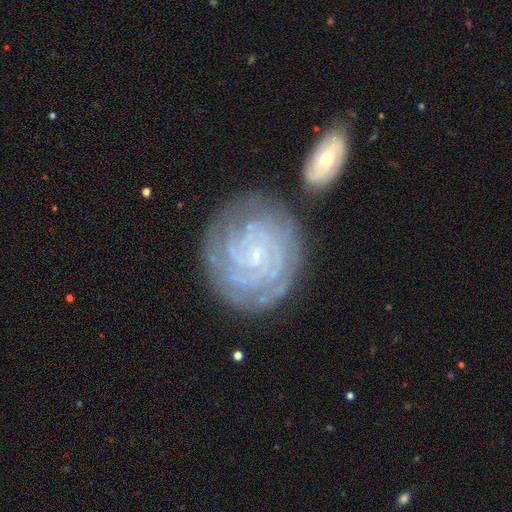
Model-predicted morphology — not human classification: This is clearly a featured or disk galaxy (87%). It is clearly not viewed edge-on (98%). Bar: likely no (72%). Spiral arm pattern: clearly yes (98%). Spiral arm count: marginally can't tell (23%). Spiral winding: clearly tight (86%). Central bulge: clearly small (89%). Merging: likely none (73%).